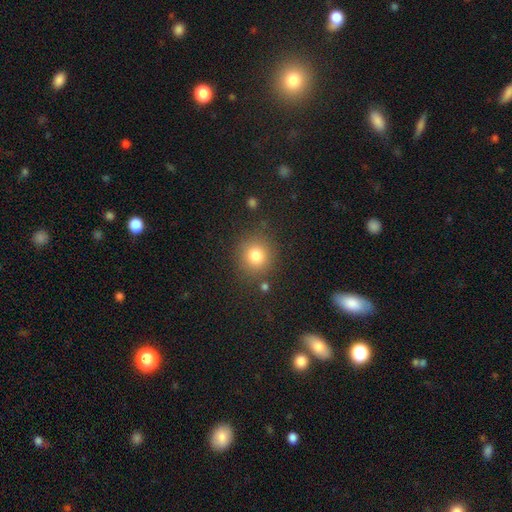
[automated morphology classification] Smooth or featured? Predicted: smooth (p=0.80). How rounded? Predicted: round (p=0.89). Merging? Predicted: none (p=0.84).